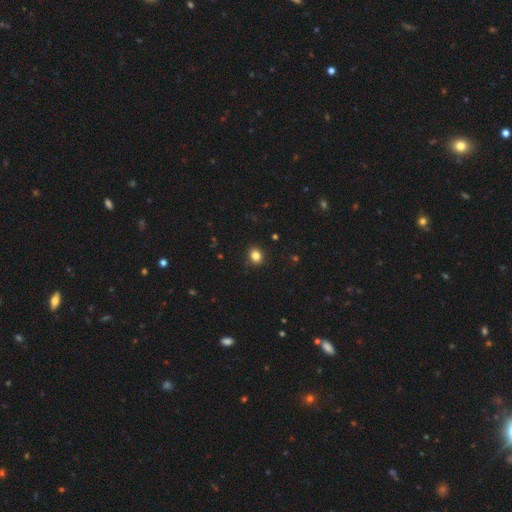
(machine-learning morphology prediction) Overall: smooth (84%). How rounded: round (65%; in between 34%). Merging: none (90%).